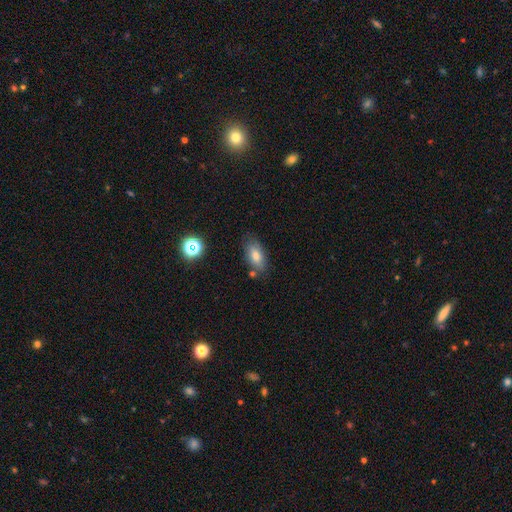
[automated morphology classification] Smooth or featured?
  - smooth: 77% *
  - featured or disk: 14%
  - star or artifact: 10%
How rounded?
  - in between: 86% *
  - cigar-shaped: 9%
  - round: 5%
Merging?
  - none: 76% *
  - minor disturbance: 15%
  - merger: 5%
  - major disturbance: 4%